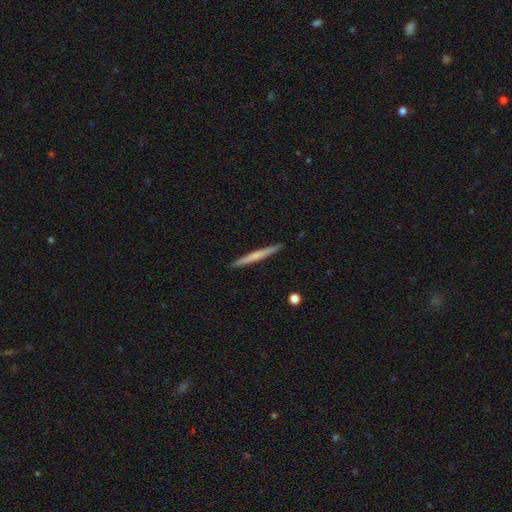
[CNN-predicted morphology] smooth-or-featured: smooth: 50% | featured or disk: 44% | star or artifact: 5%
  how-rounded: cigar-shaped: 97% | in between: 2% | round: 1%
  merging: none: 92% | minor disturbance: 5% | major disturbance: 1% | merger: 1%